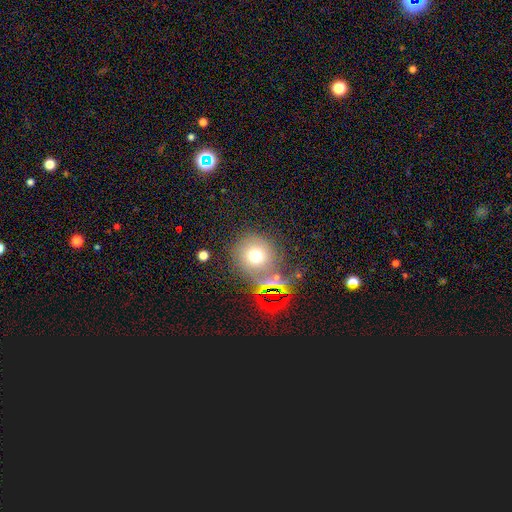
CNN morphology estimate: The model was most divided on "smooth or featured": smooth: 66%, star or artifact: 22%, featured or disk: 12%. More confident: how rounded — round (90%); merging — none (73%).